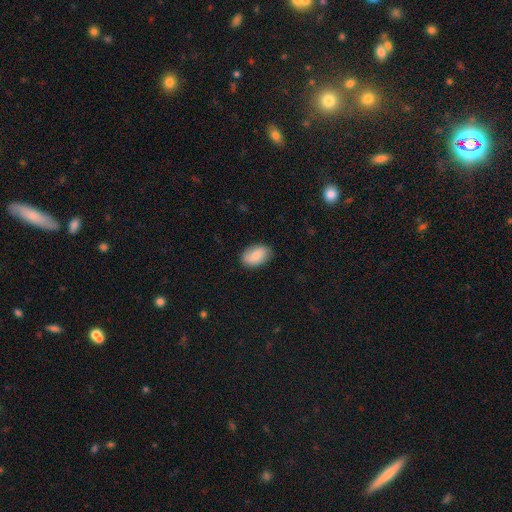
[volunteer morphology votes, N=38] type=smooth (84%); roundness=in between (91%); merging=none (89%).